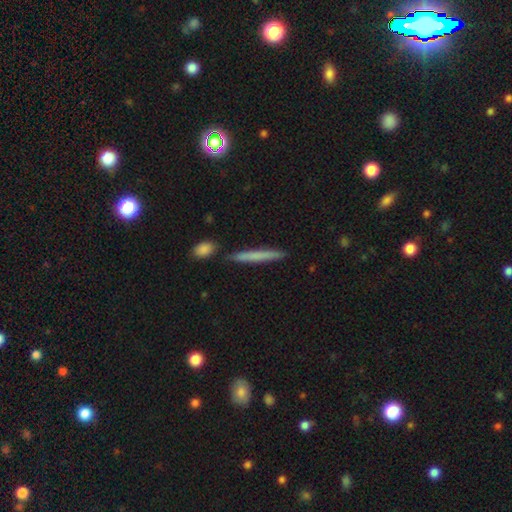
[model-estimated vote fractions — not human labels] A smooth galaxy with no disk features (67%) that is cigar-shaped (96%).

Vote fractions:
- Smooth or featured? smooth: 67% / featured or disk: 27% / star or artifact: 6%
- How rounded? cigar-shaped: 96% / in between: 3% / round: 2%
- Merging? none: 85% / minor disturbance: 8% / merger: 5% / major disturbance: 2%